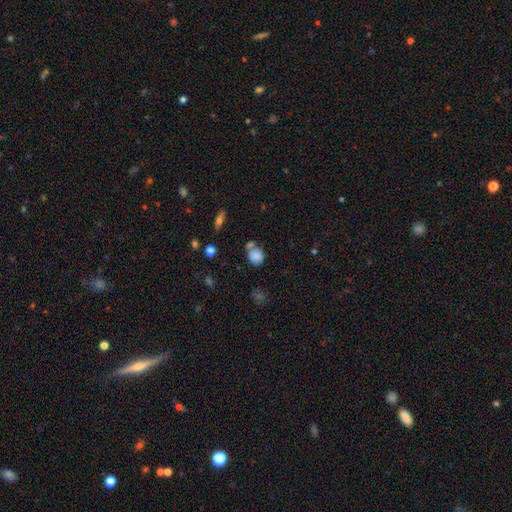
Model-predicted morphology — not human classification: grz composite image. It shows a smooth galaxy with no disk features (79%) that is round (67%). Merging: none (50%).